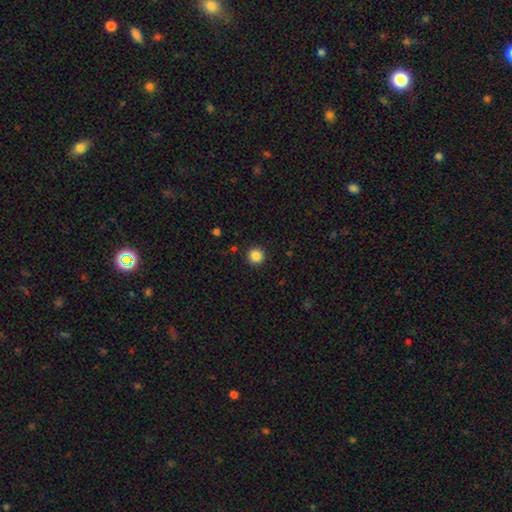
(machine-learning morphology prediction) A smooth galaxy with no disk features (86%) that is round (96%). Merging: none (92%).